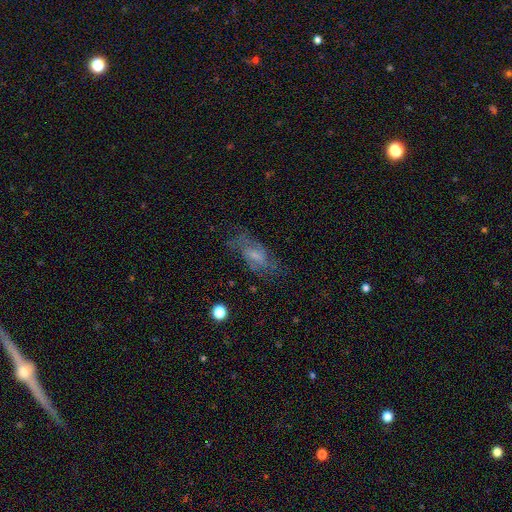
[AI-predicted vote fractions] Morphology: type=featured or disk (56%); edge-on=no (89%); merging=none (59%).